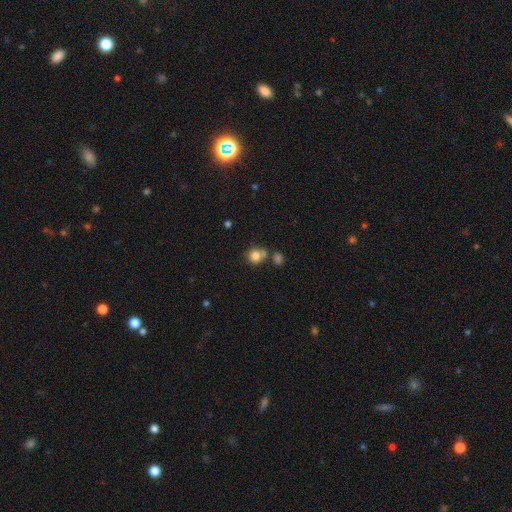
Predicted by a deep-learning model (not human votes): Smooth or featured: smooth — 81% (star or artifact — 11%)
How rounded: round — 83% (in between — 16%)
Merging: none — 54% (merger — 29%)